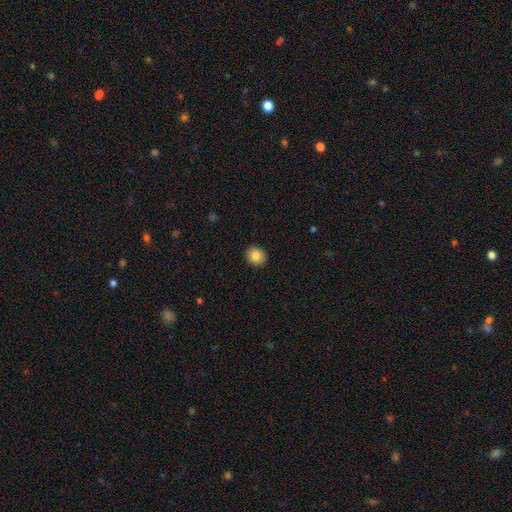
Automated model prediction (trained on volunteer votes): The model was most divided on "how rounded": round: 80%, in between: 19%, cigar-shaped: 1%. More confident: merging — none (92%); smooth or featured — smooth (85%).